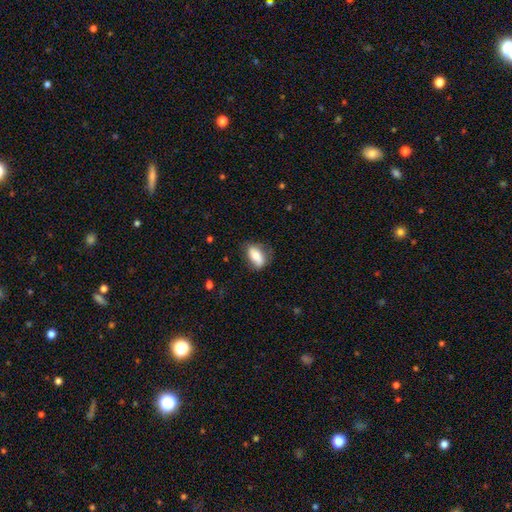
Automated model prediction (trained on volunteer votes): The model was most divided on "merging": none: 63%, minor disturbance: 26%, major disturbance: 9%, merger: 2%. More confident: how rounded — in between (87%); smooth or featured — smooth (72%).